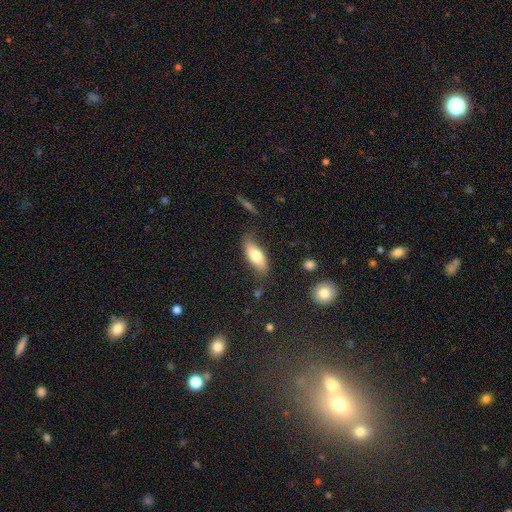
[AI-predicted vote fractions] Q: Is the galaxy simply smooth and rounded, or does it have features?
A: smooth — 69%.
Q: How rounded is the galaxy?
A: in between — 76%.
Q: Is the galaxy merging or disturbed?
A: none — 68%.